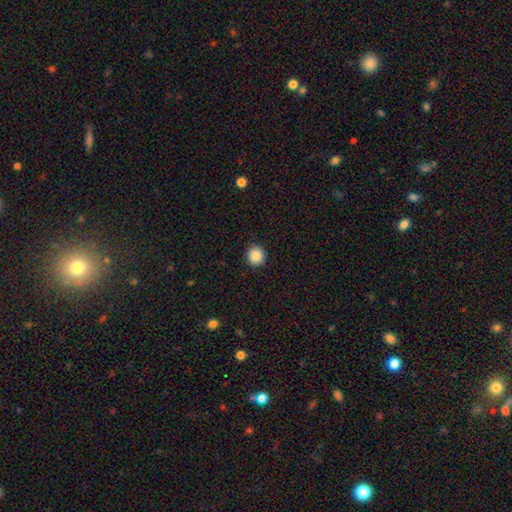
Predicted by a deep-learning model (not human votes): smooth_or_featured: smooth (p=0.88) [alt: star or artifact p=0.09]
how_rounded: round (p=0.93) [alt: in between p=0.06]
merging: none (p=0.92) [alt: minor disturbance p=0.06]